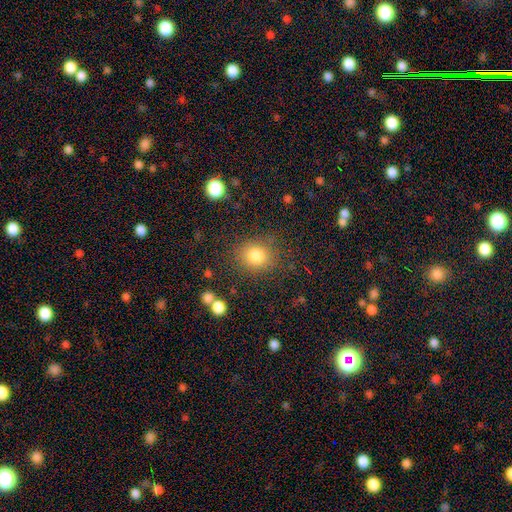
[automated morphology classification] smooth-or-featured: smooth: 81% | star or artifact: 12% | featured or disk: 7%
  how-rounded: round: 74% | in between: 25% | cigar-shaped: 1%
  merging: none: 81% | minor disturbance: 11% | major disturbance: 5% | merger: 3%